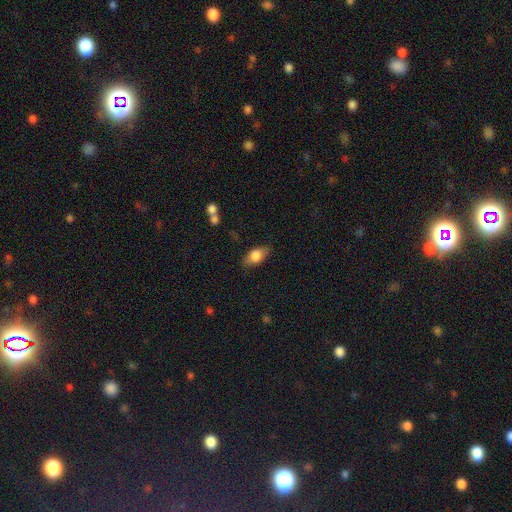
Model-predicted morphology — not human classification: This appears to be a smooth galaxy with no disk features (75%) that is in between round and cigar-shaped (85%). Merging: none (80%).